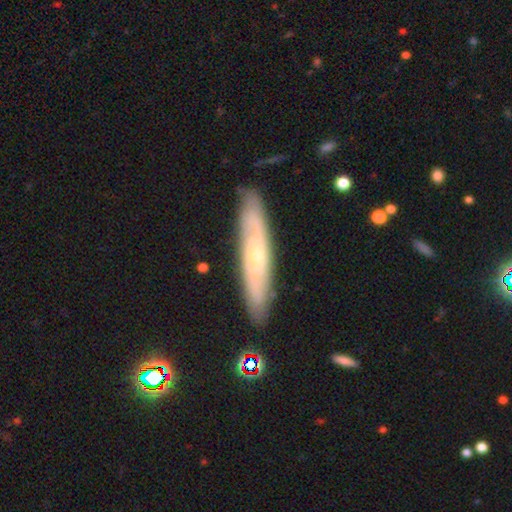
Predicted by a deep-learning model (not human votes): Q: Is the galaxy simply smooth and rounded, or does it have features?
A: featured or disk — 70%.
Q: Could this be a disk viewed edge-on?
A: no — 54%.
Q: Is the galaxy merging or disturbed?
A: none — 84%.